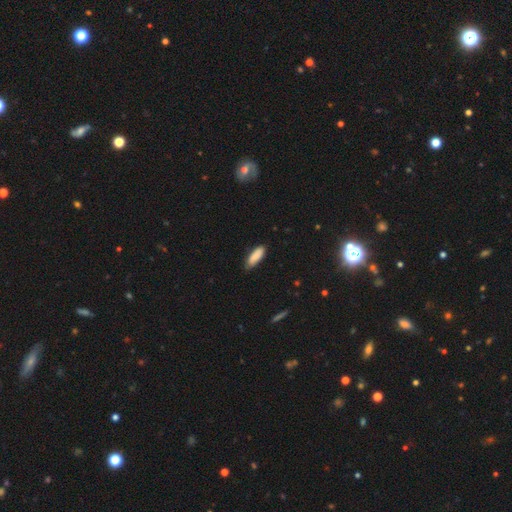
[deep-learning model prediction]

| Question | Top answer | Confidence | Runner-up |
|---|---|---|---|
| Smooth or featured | smooth | 87% | featured or disk (7%) |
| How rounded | in between | 64% | cigar-shaped (34%) |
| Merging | none | 74% | minor disturbance (21%) |